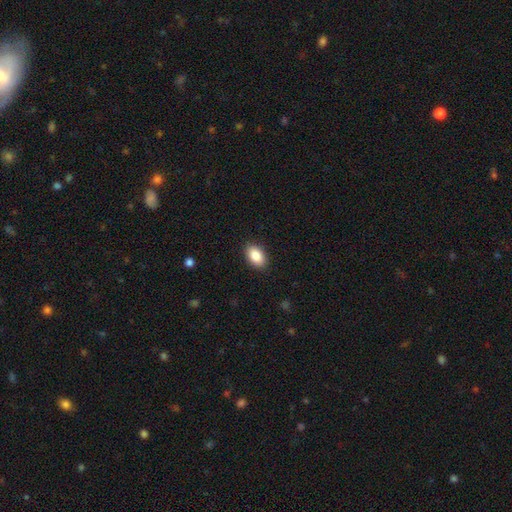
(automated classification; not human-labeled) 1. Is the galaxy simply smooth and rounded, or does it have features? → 88% smooth, 7% star or artifact, 5% featured or disk.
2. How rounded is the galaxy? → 91% in between, 8% round, 1% cigar-shaped.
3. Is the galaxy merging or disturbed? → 89% none, 8% minor disturbance, 2% major disturbance, 1% merger.